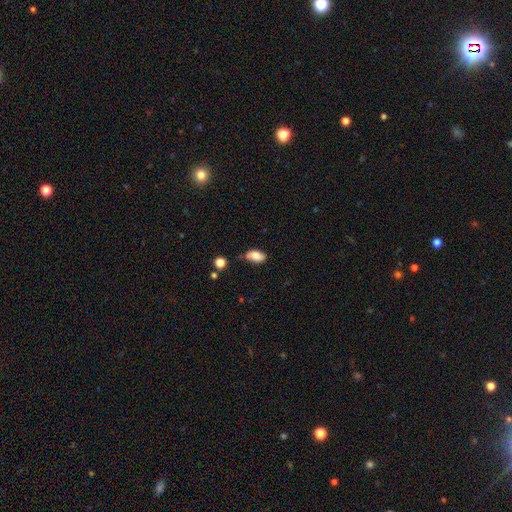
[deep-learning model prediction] Overall: smooth (80%). How rounded: in between (91%). Merging: none (48%; minor disturbance 37%).